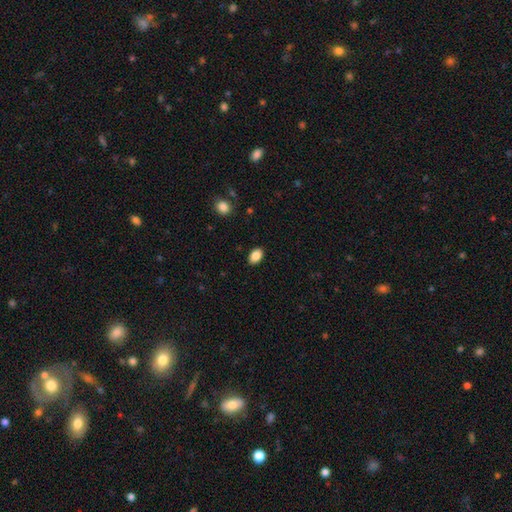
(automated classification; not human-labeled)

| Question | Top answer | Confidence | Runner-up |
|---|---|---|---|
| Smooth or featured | smooth | 87% | star or artifact (8%) |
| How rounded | in between | 84% | round (15%) |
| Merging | none | 89% | minor disturbance (8%) |